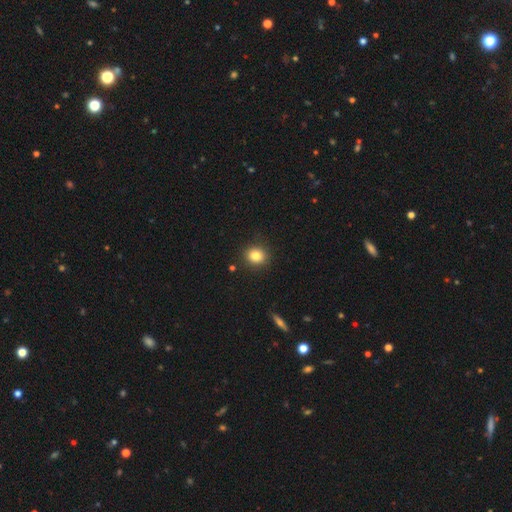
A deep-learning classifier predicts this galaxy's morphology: Smooth or featured? Predicted: smooth (p=0.82). How rounded? Predicted: round (p=0.80). Merging? Predicted: none (p=0.89).